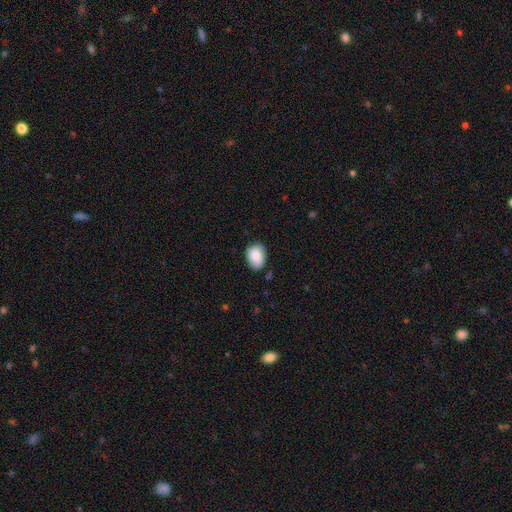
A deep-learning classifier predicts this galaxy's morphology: Q: Smooth or featured?
A: smooth (86%); runner-up: featured or disk (8%)
Q: How rounded?
A: in between (70%); runner-up: round (29%)
Q: Merging?
A: none (76%); runner-up: minor disturbance (20%)